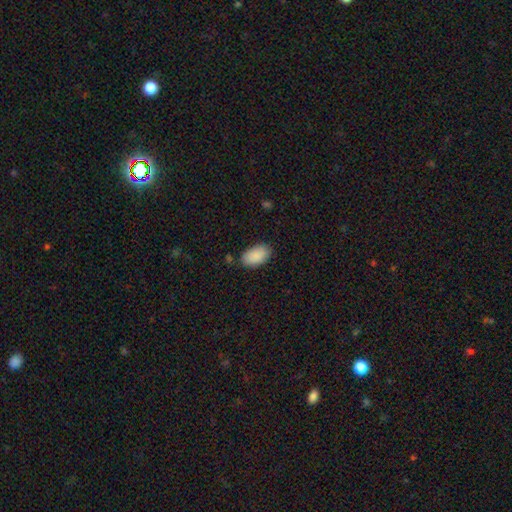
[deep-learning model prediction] This appears to be a smooth galaxy with no disk features (90%) that is in between round and cigar-shaped (95%). Merging: none (82%).